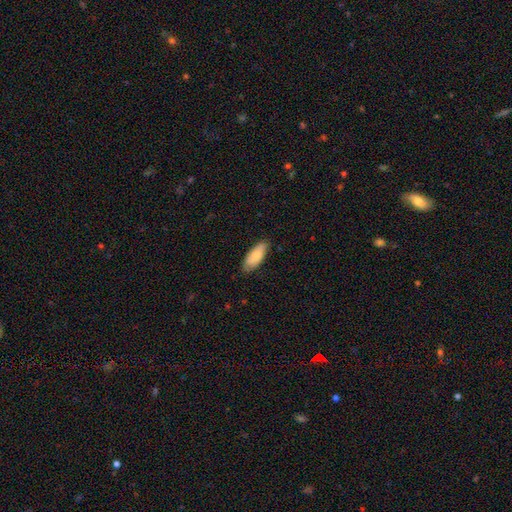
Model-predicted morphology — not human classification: A smooth galaxy with no disk features (83%) that is in between round and cigar-shaped (79%). Merging: none (83%).